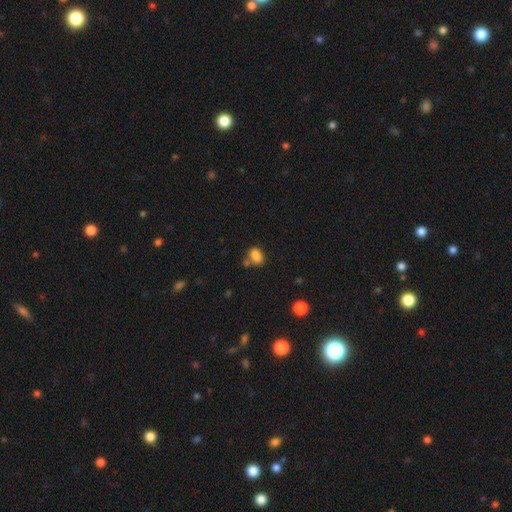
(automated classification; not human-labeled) Overall: smooth (85%). How rounded: in between (81%). Merging: none (60%).